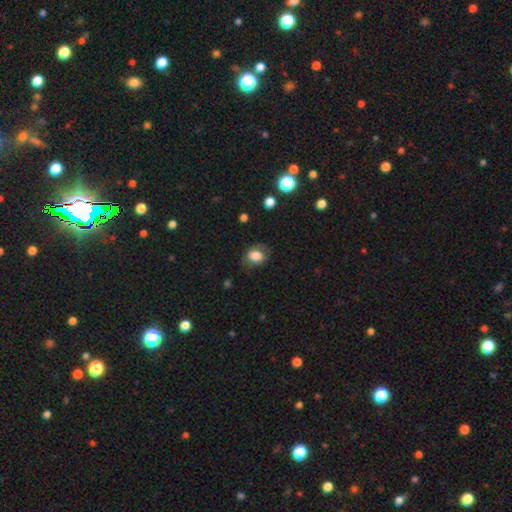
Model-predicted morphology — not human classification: Q: Smooth or featured?
A: smooth (77%); runner-up: featured or disk (14%)
Q: How rounded?
A: in between (56%); runner-up: round (43%)
Q: Merging?
A: none (71%); runner-up: minor disturbance (20%)